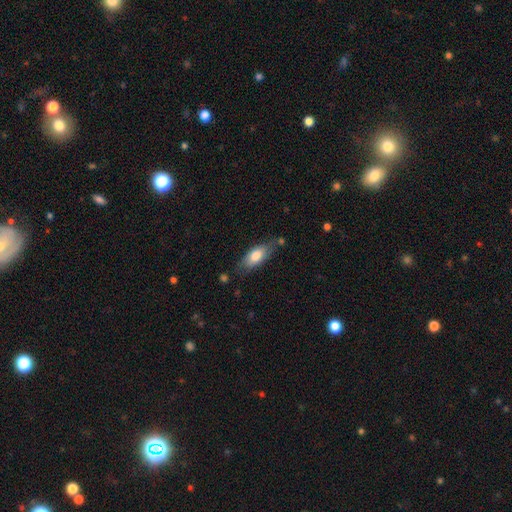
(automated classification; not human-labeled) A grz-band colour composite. It shows a smooth galaxy with no disk features (73%) that is in between round and cigar-shaped (79%). Merging: none (66%).